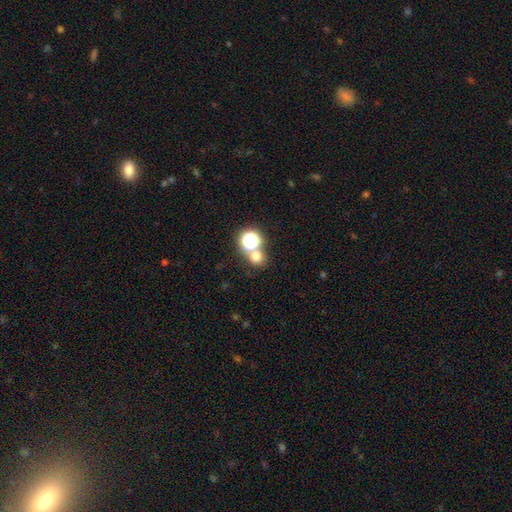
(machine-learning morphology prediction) This is likely a smooth galaxy (66%). How rounded: clearly round (84%). Merging: possibly none (59%).